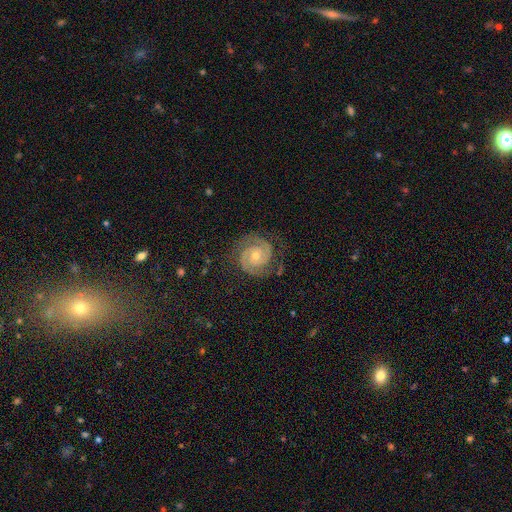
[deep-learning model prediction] smooth_or_featured: featured or disk (p=0.89) [alt: star or artifact p=0.06]
disk_edge_on: no (p=0.98) [alt: yes p=0.02]
bar: no (p=0.70) [alt: weak p=0.23]
has_spiral_arms: yes (p=0.98) [alt: no p=0.02]
spiral_winding: tight (p=0.72) [alt: medium p=0.24]
spiral_arm_count: 2 (p=0.91) [alt: 3 p=0.03]
bulge_size: moderate (p=0.48) [tied with: small p=0.48]
merging: none (p=0.81) [alt: minor disturbance p=0.13]